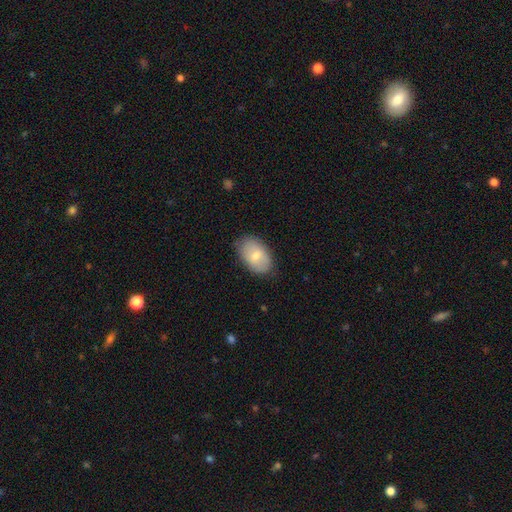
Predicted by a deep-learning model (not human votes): smooth 70%, featured or disk 23%, star or artifact 6%. Down the decision tree: how rounded — in between (90%); merging — none (76%).